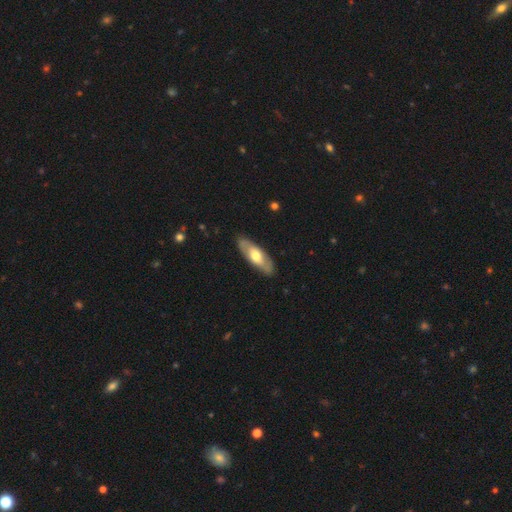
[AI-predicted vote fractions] The model was most divided on "smooth or featured": smooth: 50%, featured or disk: 46%, star or artifact: 5%. More confident: merging — none (87%).